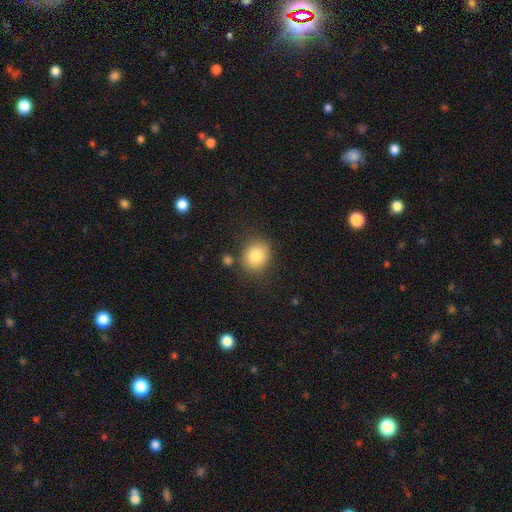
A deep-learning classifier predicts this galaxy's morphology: The model was most divided on "how rounded": round: 67%, in between: 33%, cigar-shaped: 1%. More confident: smooth or featured — smooth (82%); merging — none (79%).